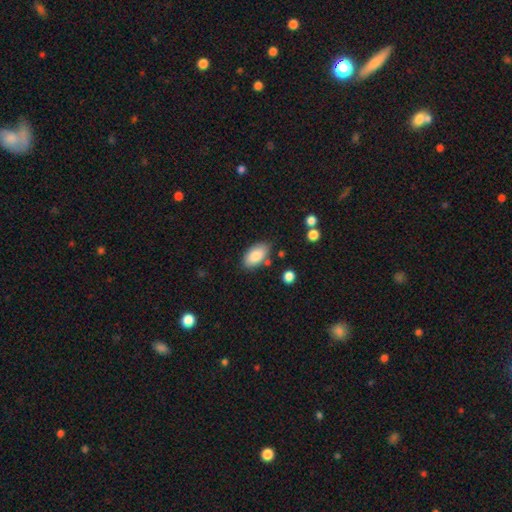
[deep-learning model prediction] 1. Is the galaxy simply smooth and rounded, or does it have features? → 85% smooth, 8% featured or disk, 7% star or artifact.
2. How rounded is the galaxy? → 94% in between, 4% round, 3% cigar-shaped.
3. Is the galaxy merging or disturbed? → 78% none, 15% minor disturbance, 4% merger, 3% major disturbance.